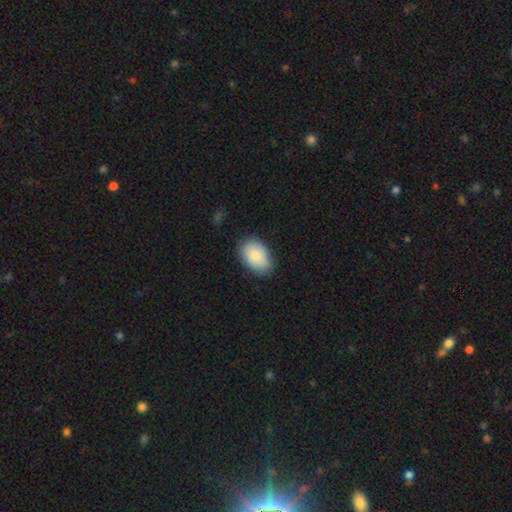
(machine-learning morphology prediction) This appears to be a smooth galaxy with no disk features (83%) that is in between round and cigar-shaped (87%). Merging: none (79%).